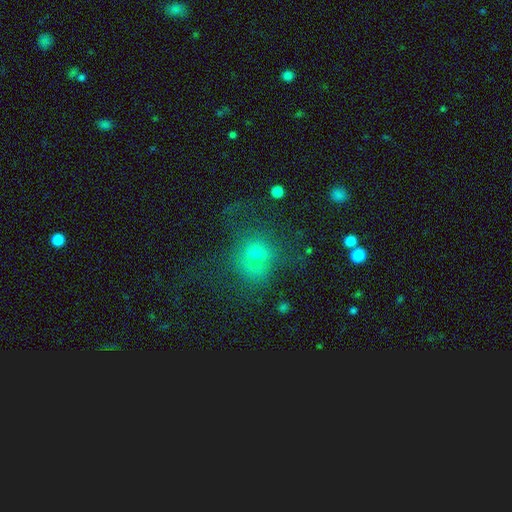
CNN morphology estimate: A smooth galaxy with no disk features (59%) that is round (74%). Merging: none (49%).